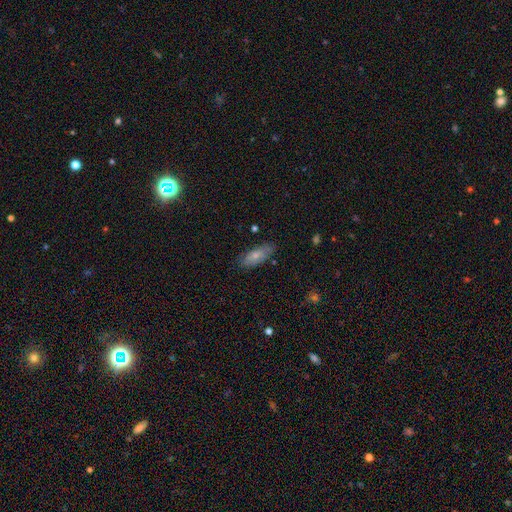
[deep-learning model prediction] A smooth galaxy with no disk features (68%) that is in between round and cigar-shaped (79%). Merging: none (78%).